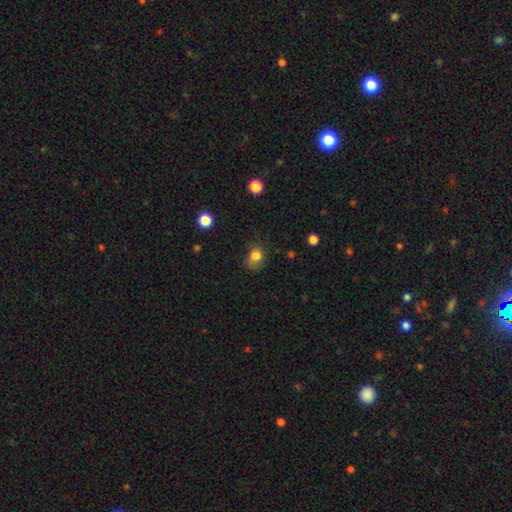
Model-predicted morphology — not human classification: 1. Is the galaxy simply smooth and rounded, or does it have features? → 79% smooth, 11% star or artifact, 9% featured or disk.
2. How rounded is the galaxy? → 54% round, 45% in between, 1% cigar-shaped.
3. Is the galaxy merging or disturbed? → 45% none, 31% minor disturbance, 19% major disturbance, 4% merger.